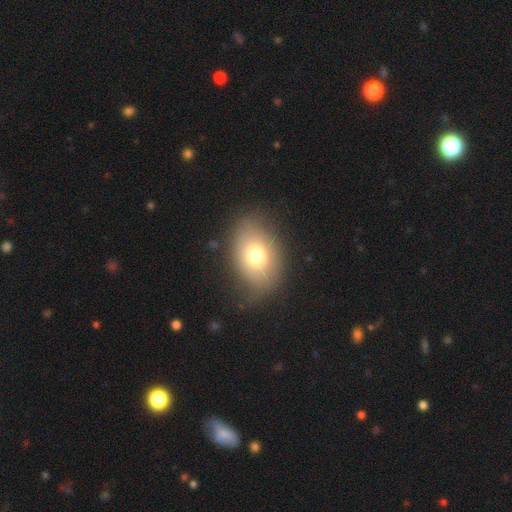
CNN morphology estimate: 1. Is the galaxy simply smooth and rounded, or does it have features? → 73% smooth, 18% featured or disk, 9% star or artifact.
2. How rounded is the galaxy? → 80% in between, 19% round, 1% cigar-shaped.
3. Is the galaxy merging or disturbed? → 73% none, 19% minor disturbance, 6% major disturbance, 1% merger.